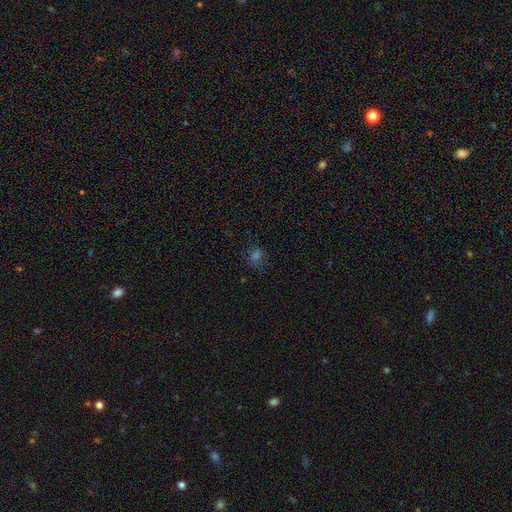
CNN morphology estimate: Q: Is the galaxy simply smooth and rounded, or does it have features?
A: smooth — 58%.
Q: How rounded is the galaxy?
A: round — 70%.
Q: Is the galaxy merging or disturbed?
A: none — 80%.